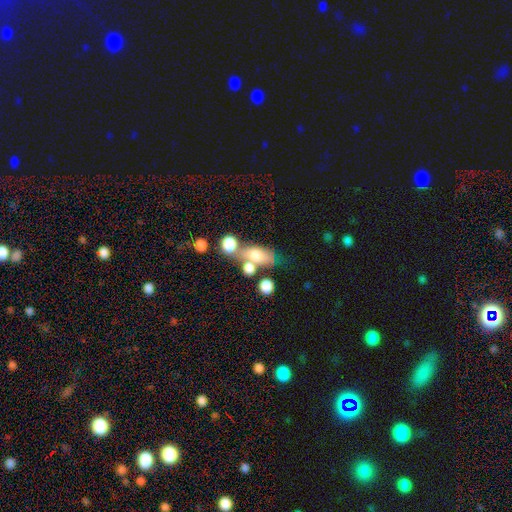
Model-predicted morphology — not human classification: smooth_or_featured: smooth (p=0.67) [alt: featured or disk p=0.22]
how_rounded: in between (p=0.75) [alt: round p=0.16]
merging: none (p=0.40) [alt: merger p=0.36]